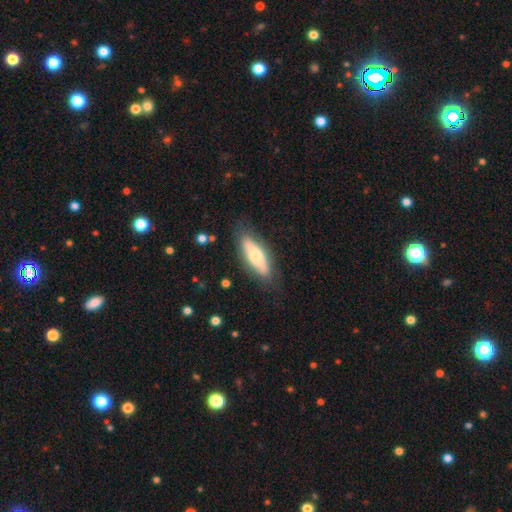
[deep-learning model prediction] smooth_or_featured: smooth (p=0.58) [alt: featured or disk p=0.36]
how_rounded: in between (p=0.59) [alt: cigar-shaped p=0.39]
merging: none (p=0.79) [alt: minor disturbance p=0.15]